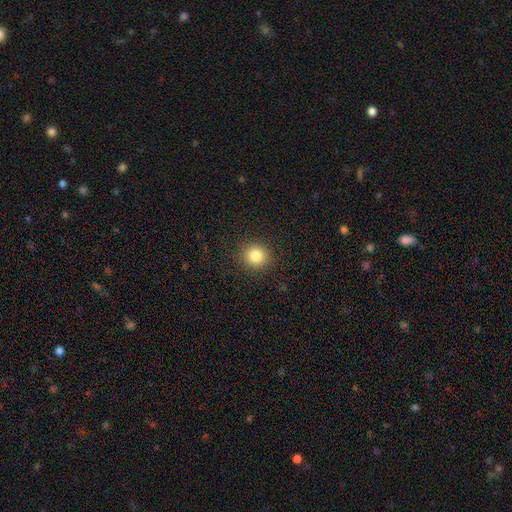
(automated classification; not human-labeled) Morphology: type=smooth (82%); roundness=round (90%); merging=none (91%).